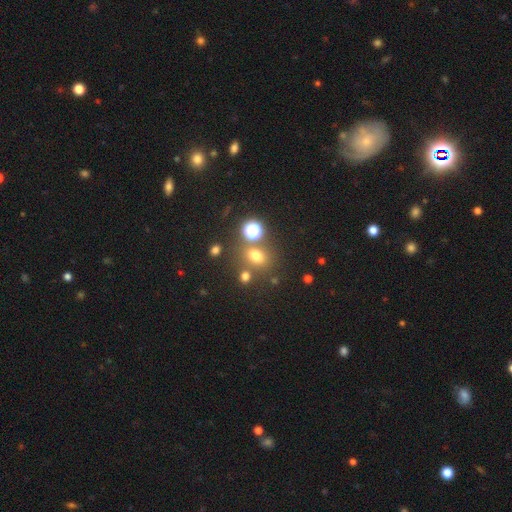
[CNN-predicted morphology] Q: Smooth or featured?
A: smooth (66%); runner-up: star or artifact (25%)
Q: How rounded?
A: round (53%); runner-up: in between (46%)
Q: Merging?
A: none (69%); runner-up: merger (14%)